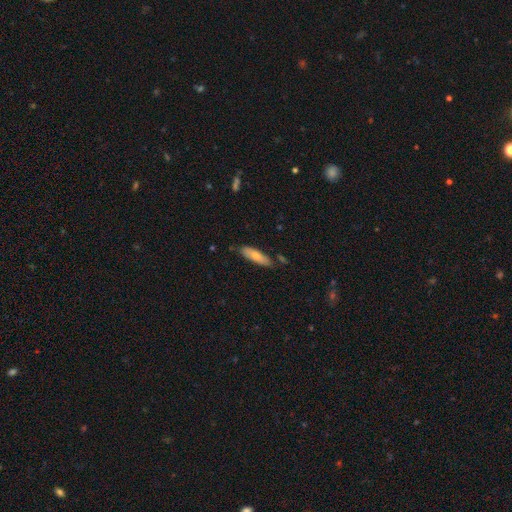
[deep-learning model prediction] Overall: smooth (76%). How rounded: cigar-shaped (58%; in between 41%). Merging: none (77%).